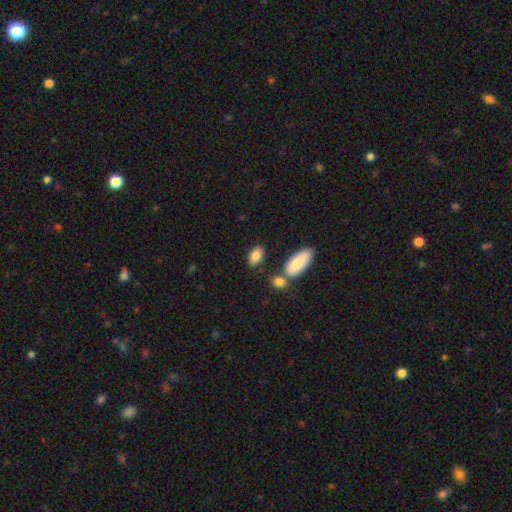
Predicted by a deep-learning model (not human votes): This appears to be a smooth galaxy with no disk features (84%) that is in between round and cigar-shaped (90%). Merging: none (73%).